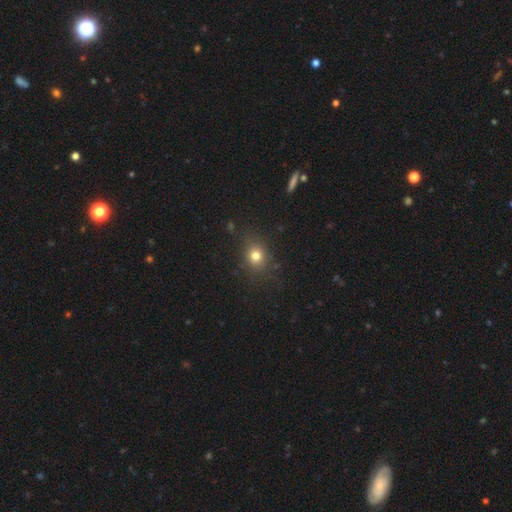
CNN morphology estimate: smooth-or-featured: smooth: 75% | star or artifact: 17% | featured or disk: 9%
  how-rounded: round: 66% | in between: 33% | cigar-shaped: 1%
  merging: none: 80% | minor disturbance: 13% | major disturbance: 5% | merger: 2%